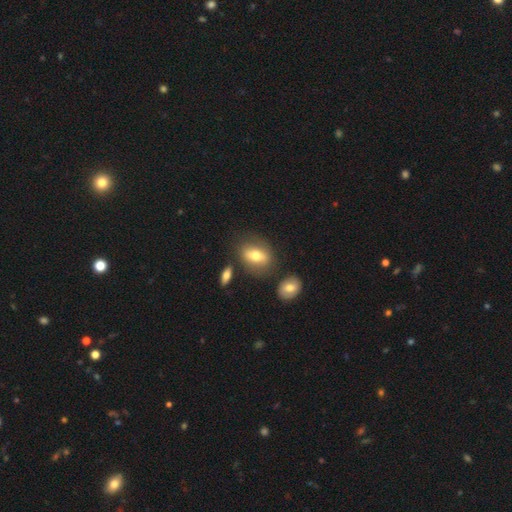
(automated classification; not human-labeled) This appears to be a smooth galaxy with no disk features (63%) that is in between round and cigar-shaped (70%). Merging: none (74%).